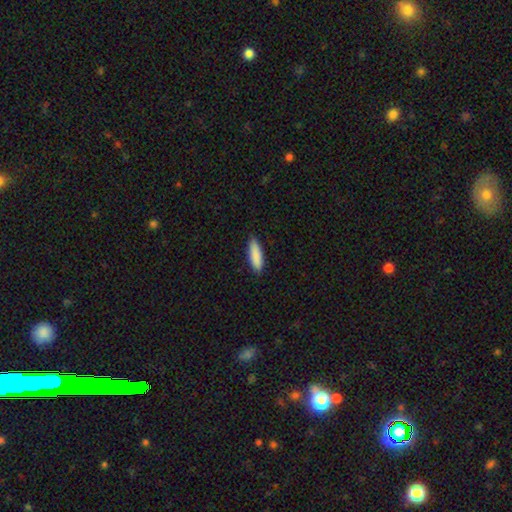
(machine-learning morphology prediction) smooth 89%, star or artifact 6%, featured or disk 5%. Down the decision tree: how rounded — cigar-shaped (52%); merging — none (87%).